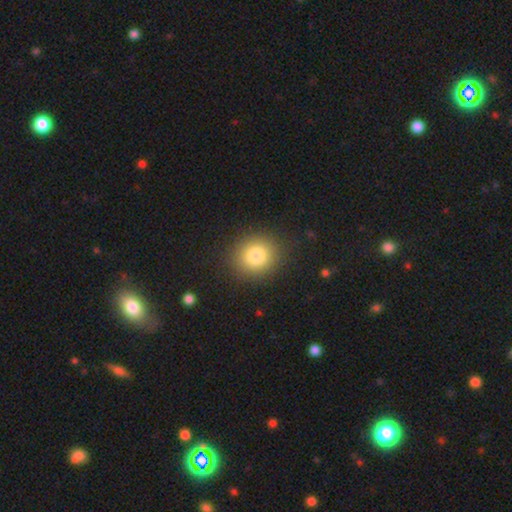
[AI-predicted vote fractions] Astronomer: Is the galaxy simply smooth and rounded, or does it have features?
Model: smooth — 82%.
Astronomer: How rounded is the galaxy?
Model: round — 82%.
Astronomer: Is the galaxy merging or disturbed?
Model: none — 88%.